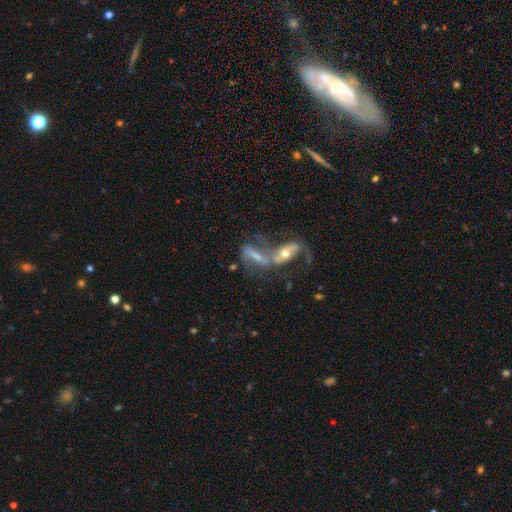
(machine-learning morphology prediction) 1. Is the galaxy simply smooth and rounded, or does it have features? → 69% featured or disk, 21% smooth, 11% star or artifact.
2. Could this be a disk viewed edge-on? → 85% no, 15% yes.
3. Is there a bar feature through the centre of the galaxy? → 37% no, 32% strong, 31% weak.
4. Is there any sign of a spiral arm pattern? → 77% yes, 23% no.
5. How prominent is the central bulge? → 49% moderate, 35% small, 8% none, 6% large, 2% dominant.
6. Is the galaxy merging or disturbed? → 64% merger, 18% none, 10% major disturbance, 8% minor disturbance.